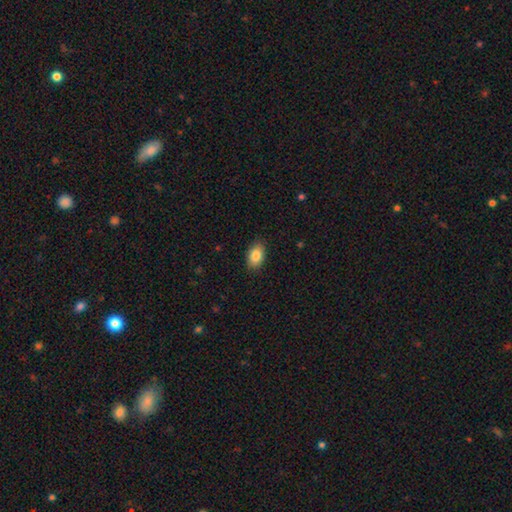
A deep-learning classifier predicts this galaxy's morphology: A smooth galaxy with no disk features (86%) that is in between round and cigar-shaped (88%).

Vote fractions:
- Smooth or featured? smooth: 86% / star or artifact: 8% / featured or disk: 7%
- How rounded? in between: 88% / round: 10% / cigar-shaped: 1%
- Merging? none: 87% / minor disturbance: 10% / major disturbance: 2% / merger: 1%